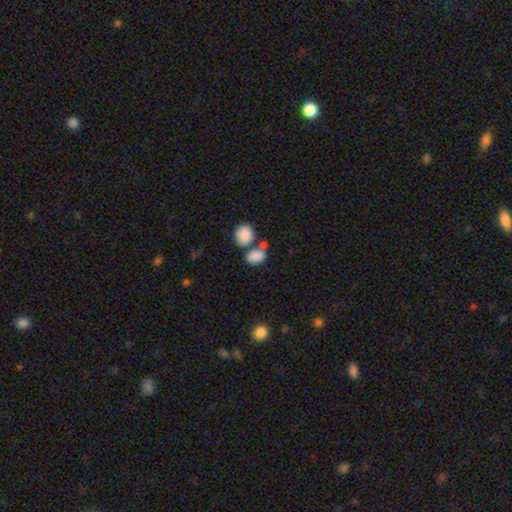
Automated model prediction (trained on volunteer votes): Smooth or featured?
  - smooth: 85% *
  - star or artifact: 8%
  - featured or disk: 6%
How rounded?
  - in between: 77% *
  - round: 22%
  - cigar-shaped: 1%
Merging?
  - none: 44% *
  - merger: 41%
  - minor disturbance: 11%
  - major disturbance: 5%